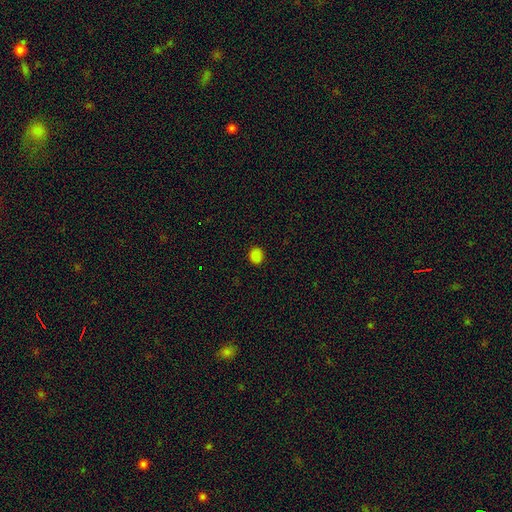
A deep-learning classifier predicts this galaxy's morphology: smooth 84%, star or artifact 13%, featured or disk 3%. Down the decision tree: how rounded — round (64%); merging — none (89%).